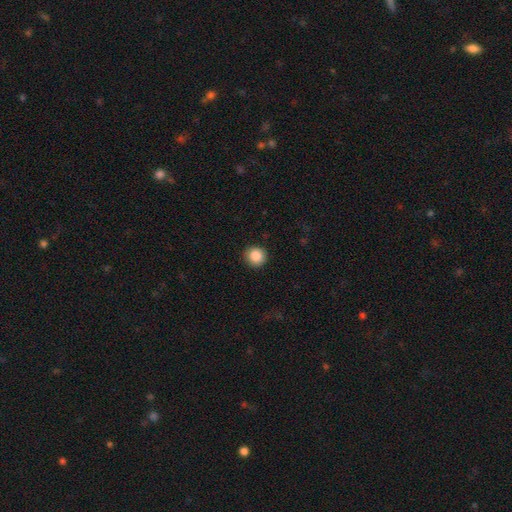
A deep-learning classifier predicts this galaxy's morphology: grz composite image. It shows a smooth galaxy with no disk features (87%) that is round (93%). Merging: none (91%).